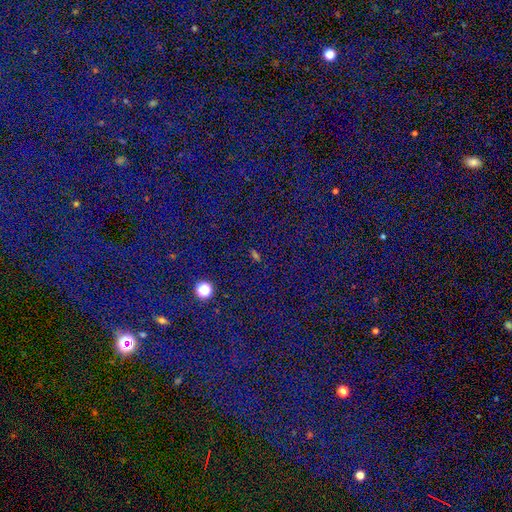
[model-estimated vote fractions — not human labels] Smooth or featured? Predicted: star or artifact (p=0.67).